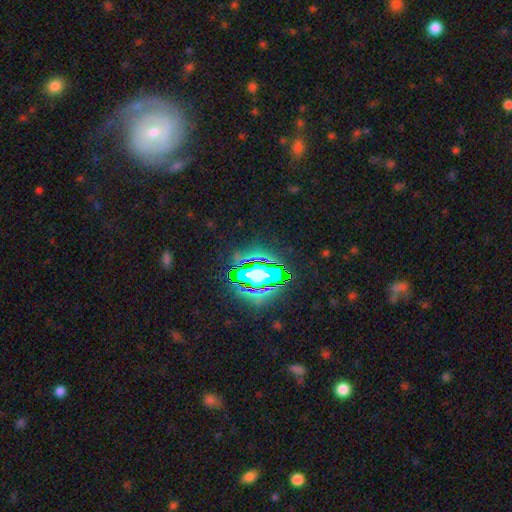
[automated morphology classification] This appears to be a star or artifact, not a galaxy (62%).